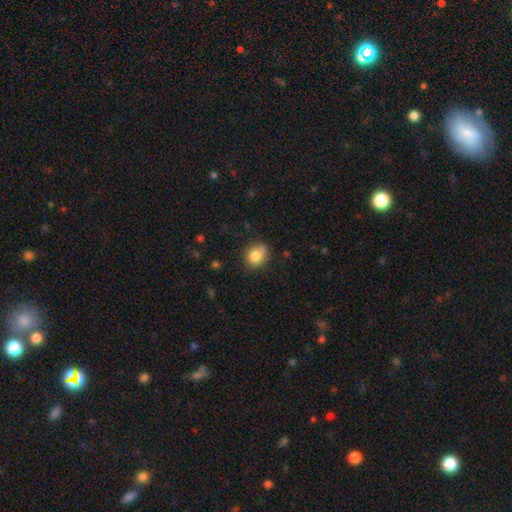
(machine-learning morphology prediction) type=smooth (82%); roundness=round (66%); merging=none (68%).